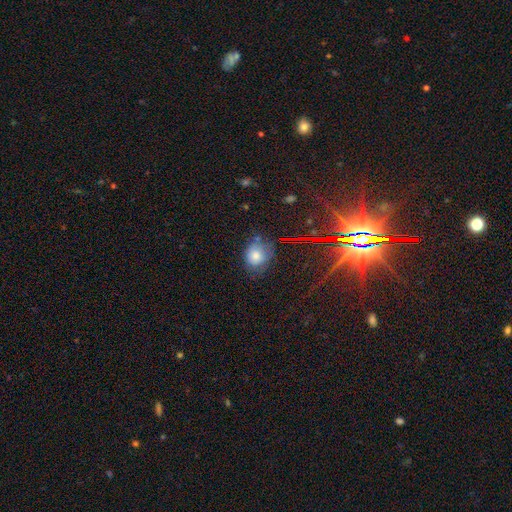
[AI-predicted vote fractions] Smooth or featured?
  - smooth: 73% *
  - star or artifact: 16%
  - featured or disk: 11%
How rounded?
  - round: 64% *
  - in between: 35%
  - cigar-shaped: 1%
Merging?
  - none: 61% *
  - minor disturbance: 26%
  - major disturbance: 8%
  - merger: 5%